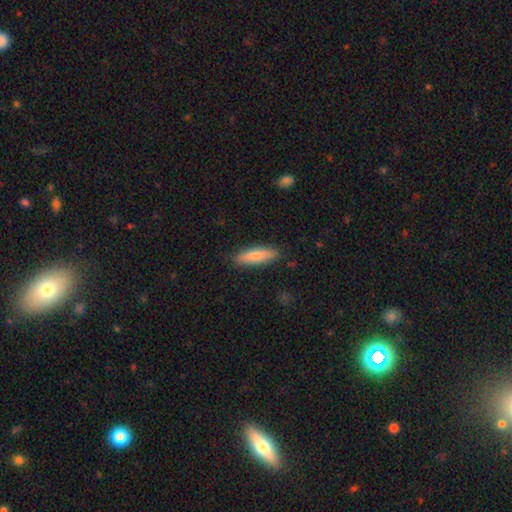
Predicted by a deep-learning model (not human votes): This is likely a smooth galaxy (78%). How rounded: likely cigar-shaped (61%). Merging: clearly none (86%).